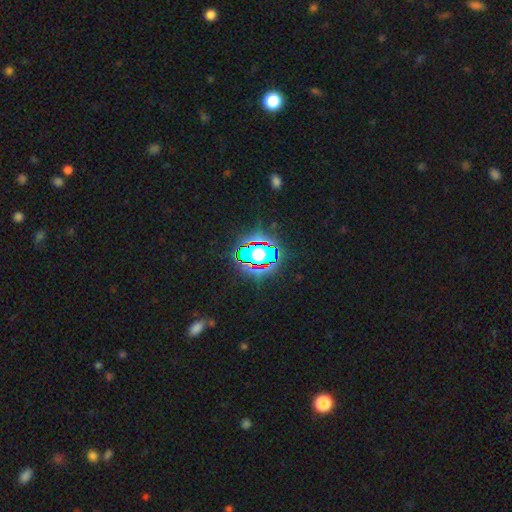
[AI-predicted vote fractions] smooth-or-featured: star or artifact: 68% | smooth: 20% | featured or disk: 13%